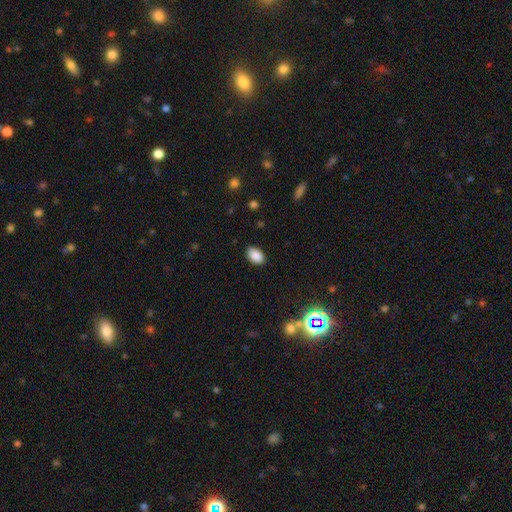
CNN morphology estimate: This appears to be a smooth galaxy with no disk features (88%) that is in between round and cigar-shaped (90%). Merging: none (87%).